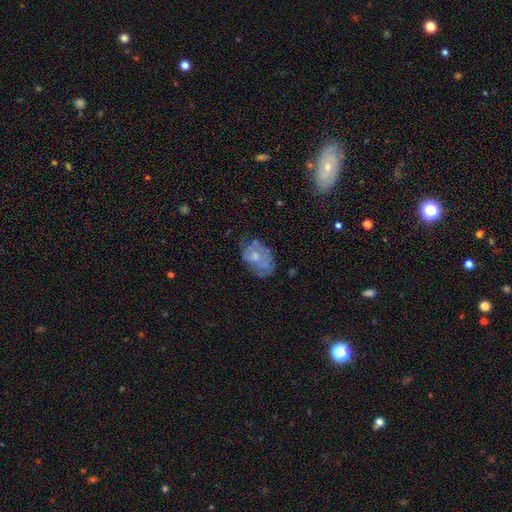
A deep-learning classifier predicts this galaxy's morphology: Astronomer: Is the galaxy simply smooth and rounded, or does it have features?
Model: featured or disk — 46%, tied with smooth at 46%.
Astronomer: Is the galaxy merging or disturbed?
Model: none — 42% (runner-up: minor disturbance, 31%).